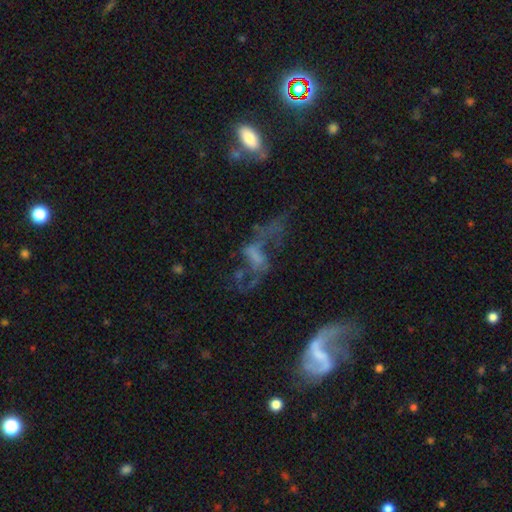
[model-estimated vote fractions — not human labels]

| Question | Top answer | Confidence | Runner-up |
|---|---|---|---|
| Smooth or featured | featured or disk | 60% | smooth (22%) |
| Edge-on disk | no | 95% | yes (5%) |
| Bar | no | 61% | weak (26%) |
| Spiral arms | no | 55% | yes (45%) |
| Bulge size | none | 60% | small (17%) |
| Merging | major disturbance | 46% | none (26%) |